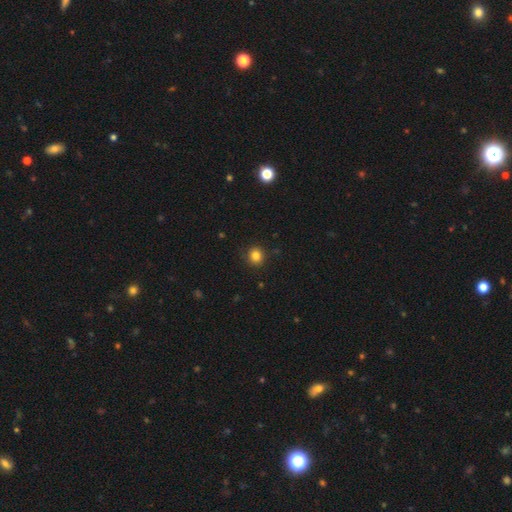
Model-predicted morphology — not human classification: The model was most divided on "how rounded": round: 84%, in between: 15%, cigar-shaped: 1%. More confident: merging — none (89%); smooth or featured — smooth (83%).